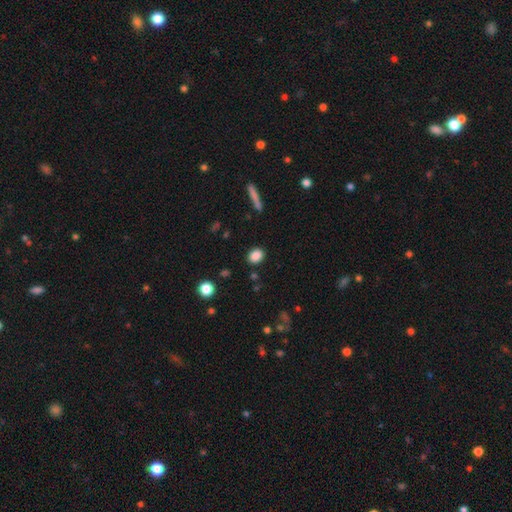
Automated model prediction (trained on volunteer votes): Smooth or featured: smooth — 87% (star or artifact — 9%)
How rounded: in between — 54% (round — 44%)
Merging: none — 88% (minor disturbance — 8%)